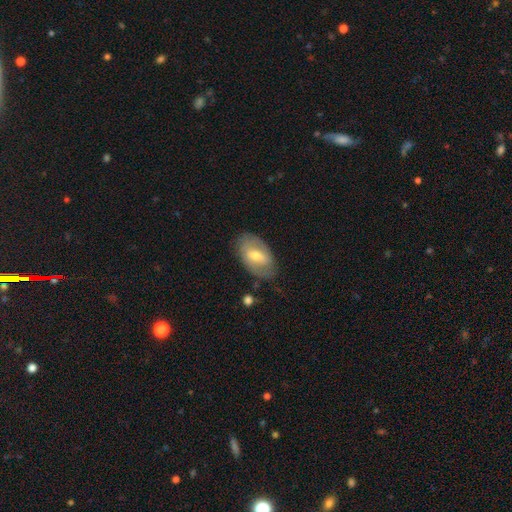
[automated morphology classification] This is possibly a featured or disk galaxy (51%). It is clearly not viewed edge-on (91%). Merging: likely none (73%).